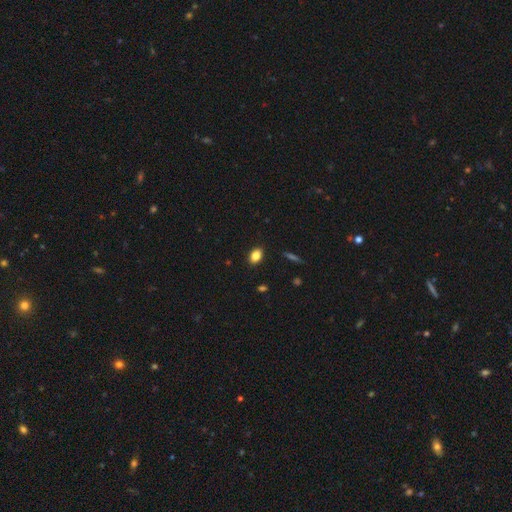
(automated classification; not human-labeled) This appears to be a smooth galaxy with no disk features (84%) that is in between round and cigar-shaped (77%). Merging: none (89%).